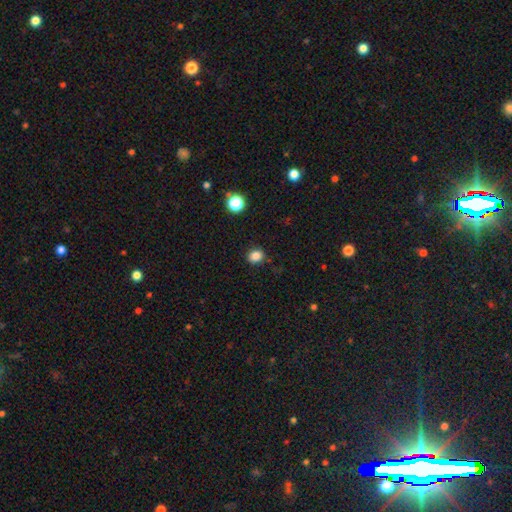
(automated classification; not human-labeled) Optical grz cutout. It shows a smooth galaxy with no disk features (84%) that is round (72%). Merging: none (88%).